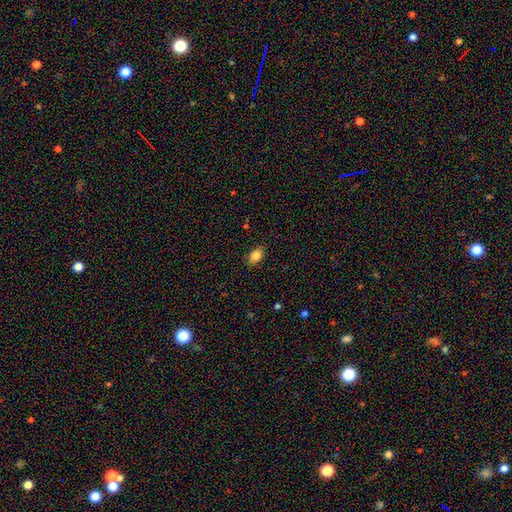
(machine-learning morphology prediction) The model was most divided on "how rounded": in between: 79%, round: 19%, cigar-shaped: 2%. More confident: merging — none (86%); smooth or featured — smooth (84%).